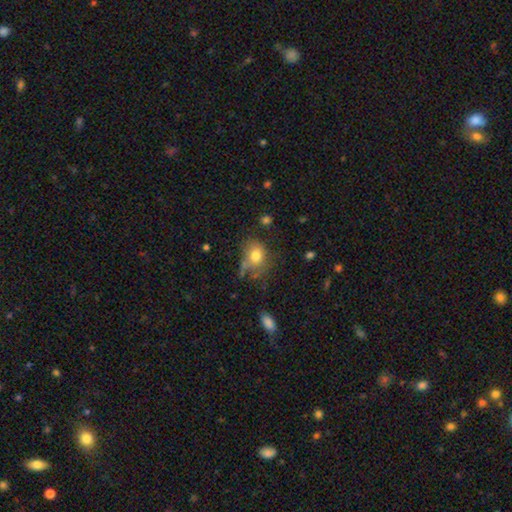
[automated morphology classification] This is likely a smooth galaxy (76%). How rounded: possibly round (54%). Merging: possibly none (55%).